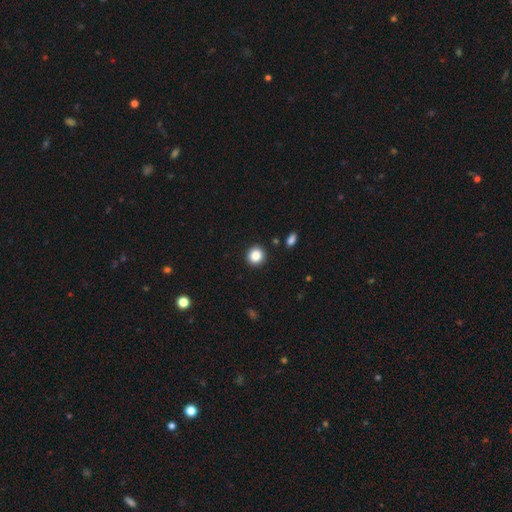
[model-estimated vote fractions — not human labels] Smooth or featured? smooth (86%)
How rounded? round (90%)
Merging? none (91%)